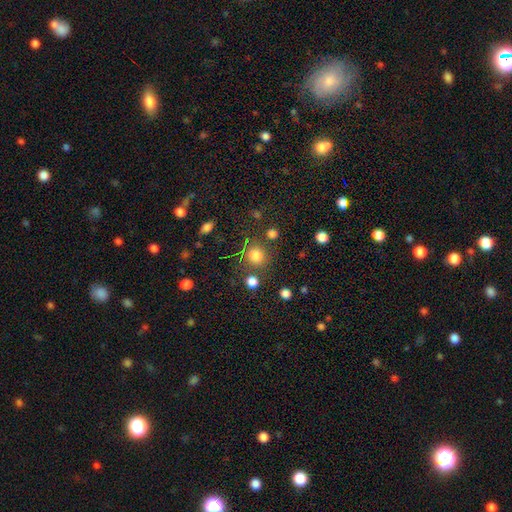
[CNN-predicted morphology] Smooth or featured: smooth — 79% (star or artifact — 15%)
How rounded: round — 90% (in between — 9%)
Merging: none — 78% (minor disturbance — 10%)